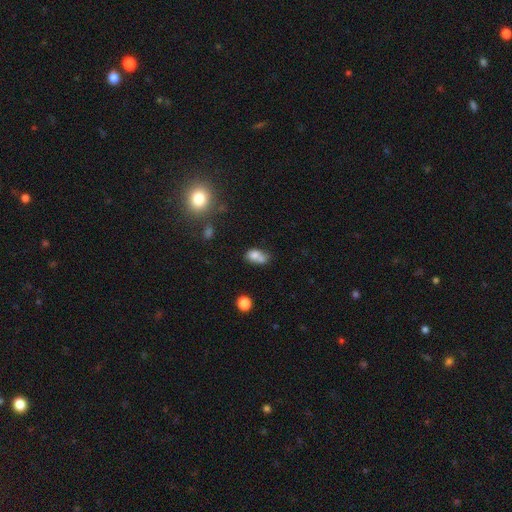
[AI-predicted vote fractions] Smooth or featured? smooth (72%)
How rounded? in between (69%)
Merging? merger (53%)